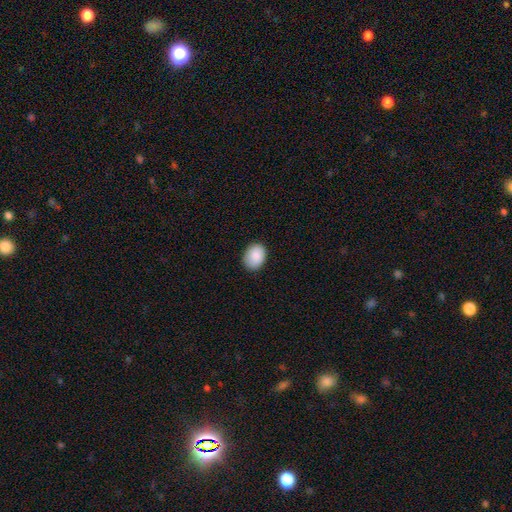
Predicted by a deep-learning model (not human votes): A smooth galaxy with no disk features (90%) that is in between round and cigar-shaped (68%). Merging: none (84%).